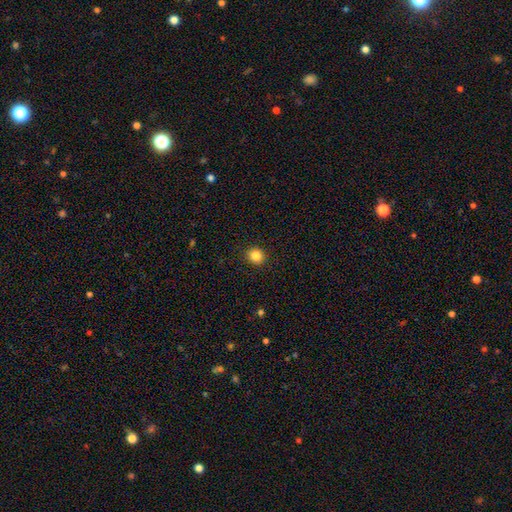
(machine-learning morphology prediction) smooth_or_featured: smooth (p=0.85) [alt: star or artifact p=0.11]
how_rounded: round (p=0.86) [alt: in between p=0.13]
merging: none (p=0.91) [alt: minor disturbance p=0.06]